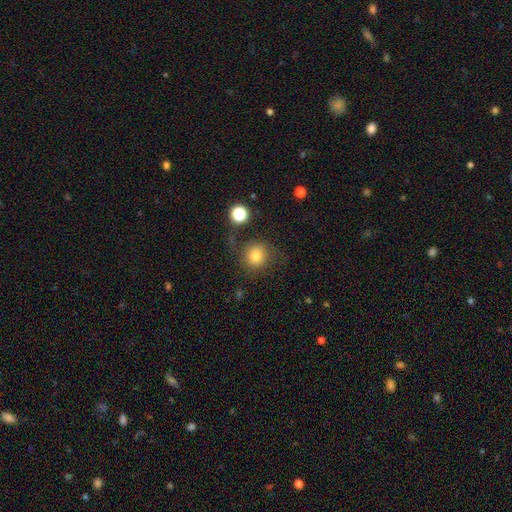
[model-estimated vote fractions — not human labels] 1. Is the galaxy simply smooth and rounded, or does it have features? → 78% smooth, 13% star or artifact, 10% featured or disk.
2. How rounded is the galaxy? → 87% round, 12% in between, 1% cigar-shaped.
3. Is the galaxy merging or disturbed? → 70% none, 15% minor disturbance, 10% major disturbance, 5% merger.